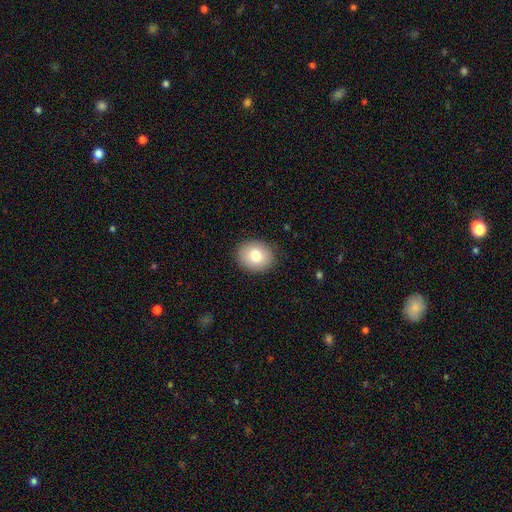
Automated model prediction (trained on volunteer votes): This is likely a smooth galaxy (80%). How rounded: possibly round (58%). Merging: clearly none (89%).